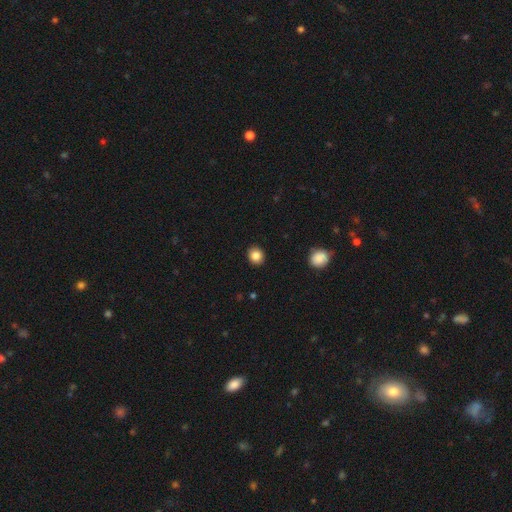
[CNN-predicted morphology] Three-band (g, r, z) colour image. It shows a smooth galaxy with no disk features (85%) that is round (78%). Merging: none (92%).